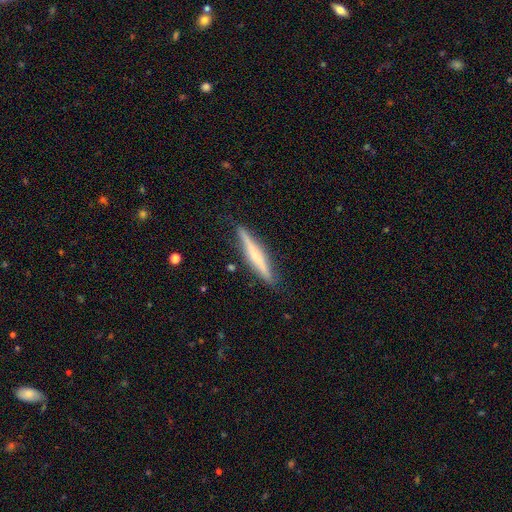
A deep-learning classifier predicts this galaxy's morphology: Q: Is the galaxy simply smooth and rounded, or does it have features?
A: featured or disk — 59%.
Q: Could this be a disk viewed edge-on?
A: yes — 97%.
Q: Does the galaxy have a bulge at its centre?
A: rounded — 59%.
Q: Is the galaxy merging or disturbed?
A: none — 87%.